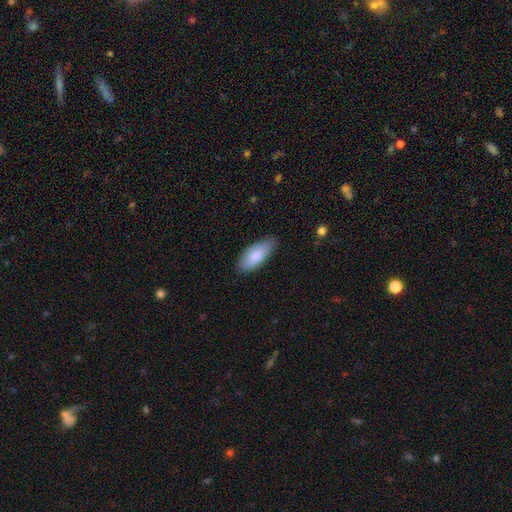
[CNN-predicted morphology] This is clearly a smooth galaxy (84%). How rounded: clearly in between (85%). Merging: clearly none (80%).